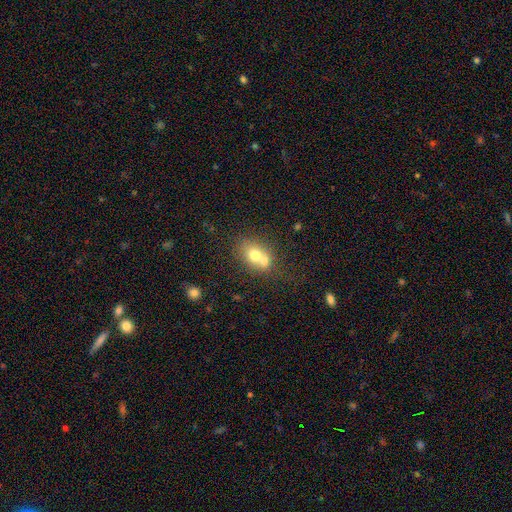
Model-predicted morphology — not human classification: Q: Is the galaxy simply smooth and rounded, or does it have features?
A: smooth — 68%.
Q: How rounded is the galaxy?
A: in between — 55%.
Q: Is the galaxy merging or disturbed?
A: merger — 56%.